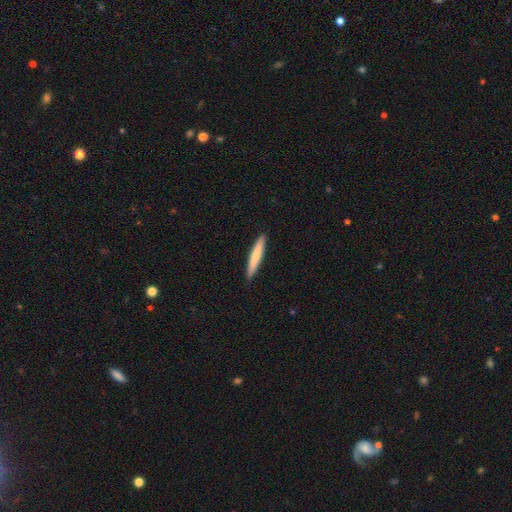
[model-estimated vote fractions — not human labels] smooth-or-featured: smooth: 74% | featured or disk: 21% | star or artifact: 5%
  how-rounded: cigar-shaped: 95% | in between: 4% | round: 1%
  merging: none: 91% | minor disturbance: 6% | major disturbance: 1% | merger: 1%